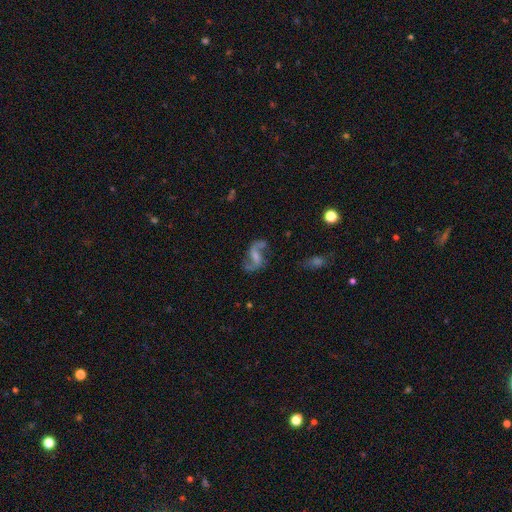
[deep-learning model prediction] Smooth or featured? featured or disk (83%)
Edge-on disk? no (97%)
Bar? weak (47%)
Spiral arms? yes (94%)
Spiral winding? loose (70%)
Spiral arm count? 2 (92%)
Bulge size? none (37%)
Merging? none (65%)